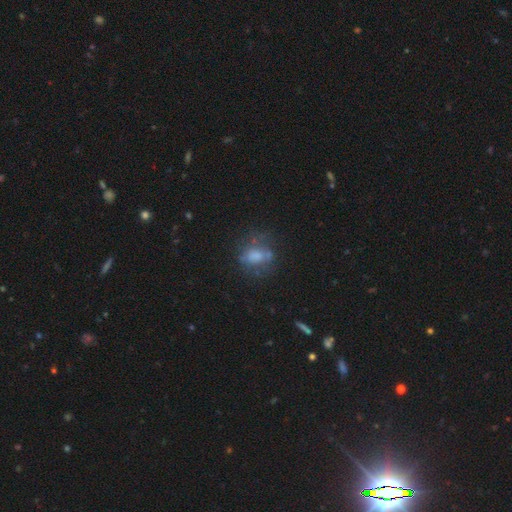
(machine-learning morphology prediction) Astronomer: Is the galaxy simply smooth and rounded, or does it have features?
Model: smooth — 52% (runner-up: featured or disk, 31%).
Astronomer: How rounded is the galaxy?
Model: in between — 59% (runner-up: round, 37%).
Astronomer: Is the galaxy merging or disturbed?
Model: none — 55%.